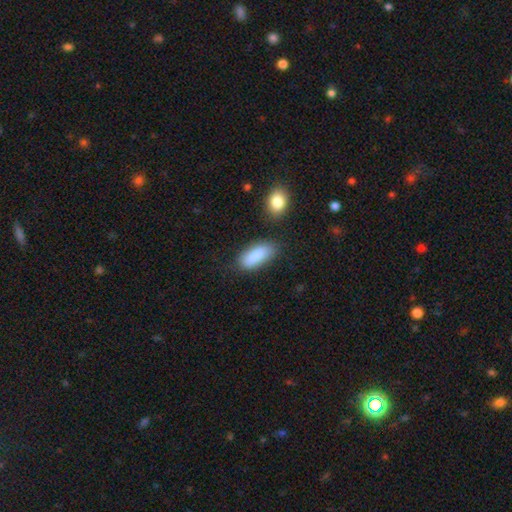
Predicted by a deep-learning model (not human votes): Q: Smooth or featured?
A: smooth (87%); runner-up: star or artifact (7%)
Q: How rounded?
A: in between (82%); runner-up: cigar-shaped (16%)
Q: Merging?
A: none (71%); runner-up: minor disturbance (18%)